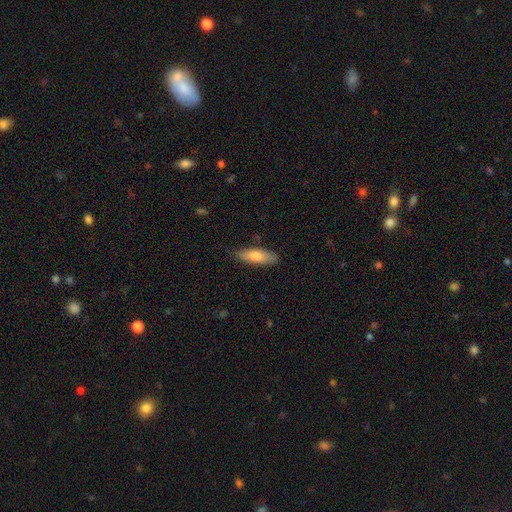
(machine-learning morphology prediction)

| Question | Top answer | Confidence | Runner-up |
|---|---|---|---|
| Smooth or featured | smooth | 73% | featured or disk (21%) |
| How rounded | cigar-shaped | 59% | in between (39%) |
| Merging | none | 84% | minor disturbance (13%) |